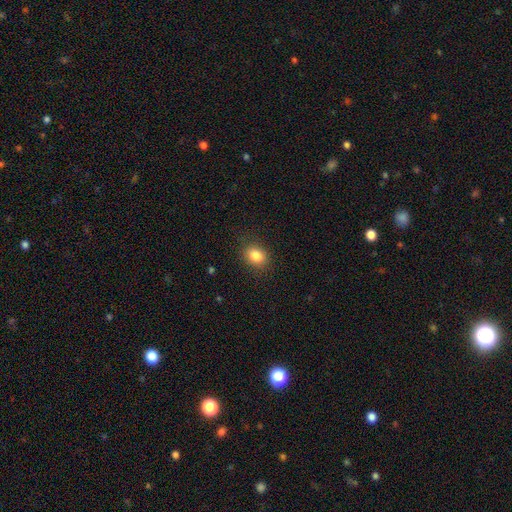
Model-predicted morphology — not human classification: Smooth or featured? smooth (84%)
How rounded? in between (60%)
Merging? none (86%)